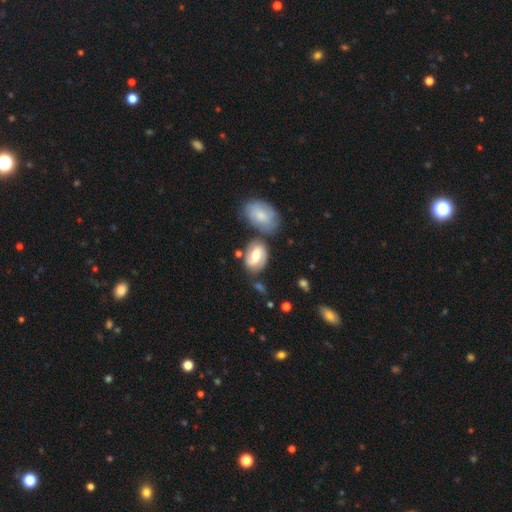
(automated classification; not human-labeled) Q: Smooth or featured?
A: featured or disk (55%); runner-up: smooth (39%)
Q: Edge-on disk?
A: no (96%); runner-up: yes (4%)
Q: Bar?
A: weak (48%); runner-up: no (30%)
Q: Spiral arms?
A: yes (78%); runner-up: no (22%)
Q: Bulge size?
A: moderate (59%); runner-up: large (20%)
Q: Merging?
A: none (58%); runner-up: minor disturbance (20%)